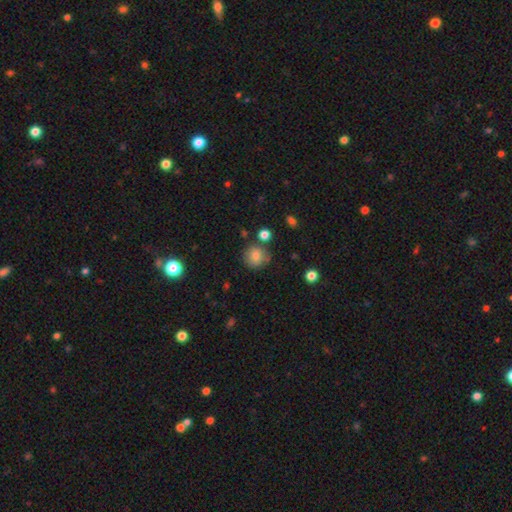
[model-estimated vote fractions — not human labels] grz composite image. It shows a smooth galaxy with no disk features (79%) that is round (89%). Merging: none (78%).